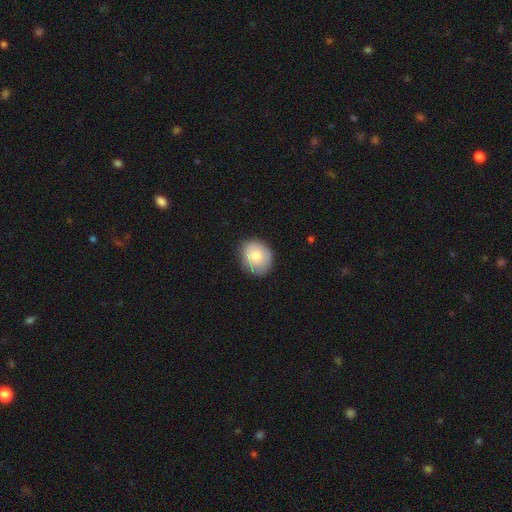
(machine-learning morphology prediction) smooth 79%, featured or disk 14%, star or artifact 7%. Down the decision tree: how rounded — round (59%); merging — none (81%).